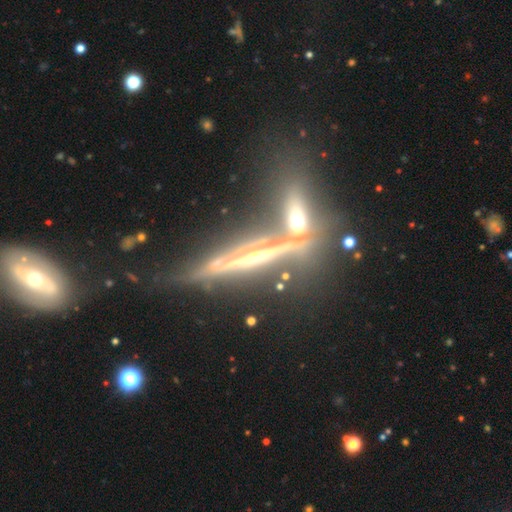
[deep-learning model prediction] This is clearly a featured or disk galaxy (82%). It is clearly viewed edge-on (94%). Edge-on bulge: likely rounded (71%). Merging: possibly none (52%).